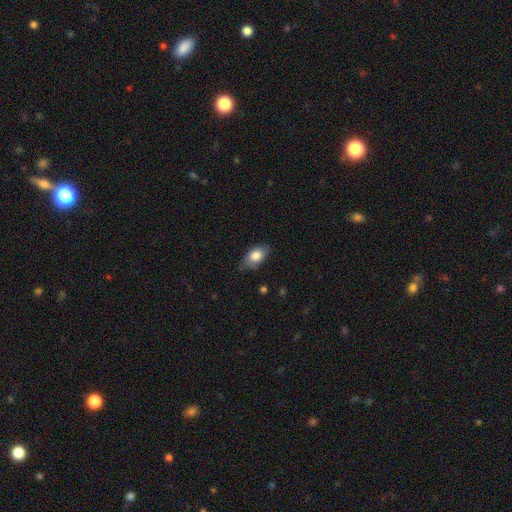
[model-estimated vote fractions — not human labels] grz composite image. It shows a smooth galaxy with no disk features (82%) that is in between round and cigar-shaped (89%). Merging: none (72%).